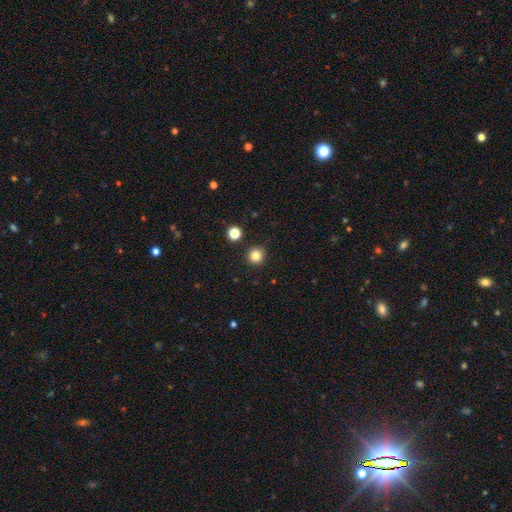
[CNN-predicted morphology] A smooth galaxy with no disk features (83%) that is round (95%). Merging: none (92%).